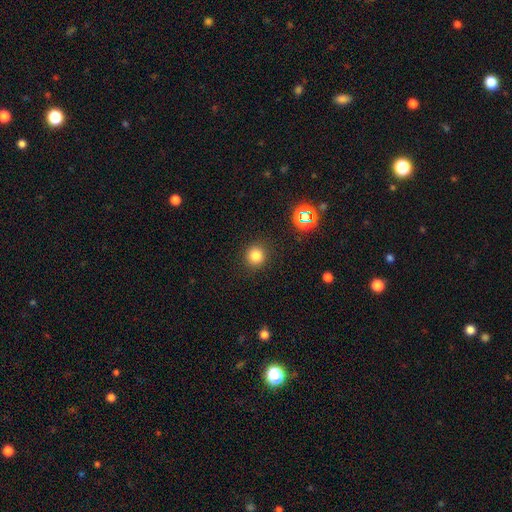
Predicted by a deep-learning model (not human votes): This is likely a smooth galaxy (79%). How rounded: clearly round (91%). Merging: clearly none (90%).